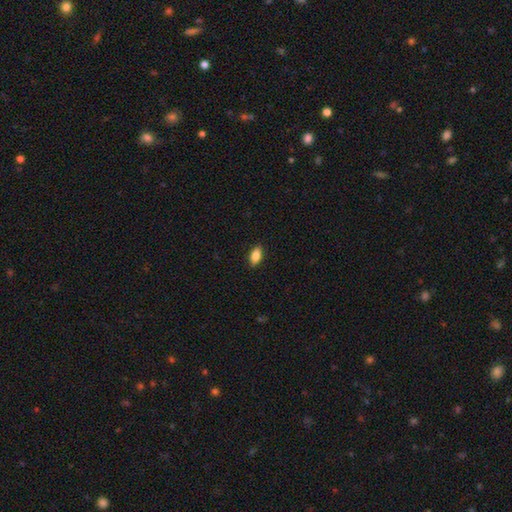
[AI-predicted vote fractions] Smooth or featured: smooth — 84% (featured or disk — 9%)
How rounded: in between — 89% (cigar-shaped — 7%)
Merging: none — 89% (minor disturbance — 8%)